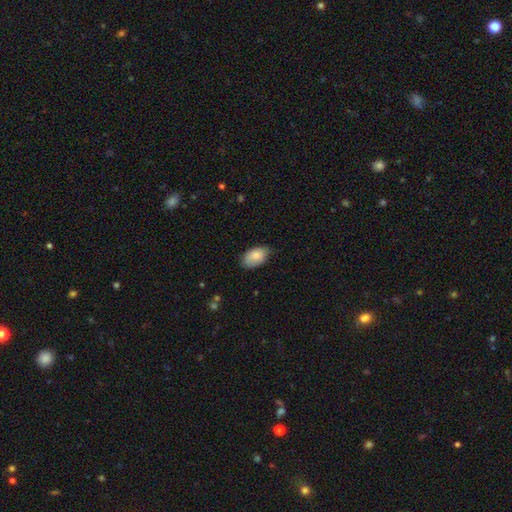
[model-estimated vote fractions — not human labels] Smooth or featured?
  - smooth: 83% *
  - featured or disk: 11%
  - star or artifact: 7%
How rounded?
  - in between: 92% *
  - round: 6%
  - cigar-shaped: 1%
Merging?
  - none: 68% *
  - minor disturbance: 27%
  - major disturbance: 4%
  - merger: 1%